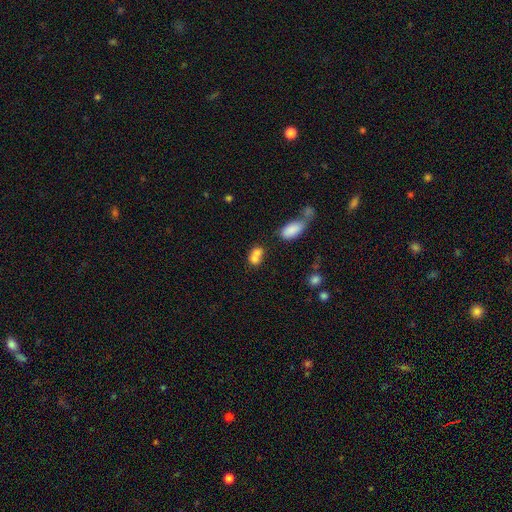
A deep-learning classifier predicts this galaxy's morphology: smooth 73%, featured or disk 17%, star or artifact 10%. Down the decision tree: how rounded — in between (61%); merging — merger (63%).